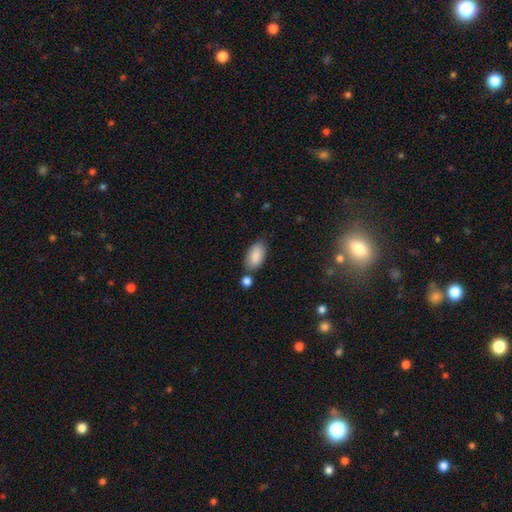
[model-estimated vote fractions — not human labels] smooth 87%, star or artifact 6%, featured or disk 6%. Down the decision tree: how rounded — in between (94%); merging — none (67%).